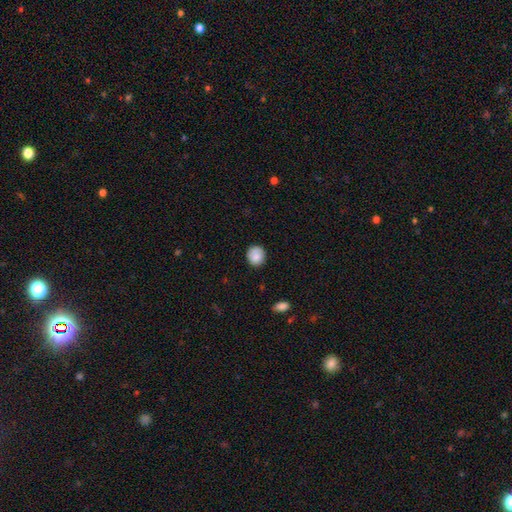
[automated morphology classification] This appears to be a smooth galaxy with no disk features (86%) that is round (86%). Merging: none (83%).